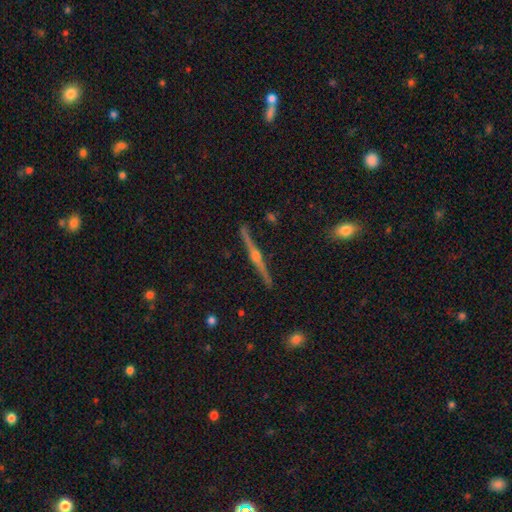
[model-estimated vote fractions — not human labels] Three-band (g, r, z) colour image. It shows a featured or disk galaxy (86%) viewed edge-on (98%) with a rounded central bulge (94%). Merging: none (91%).